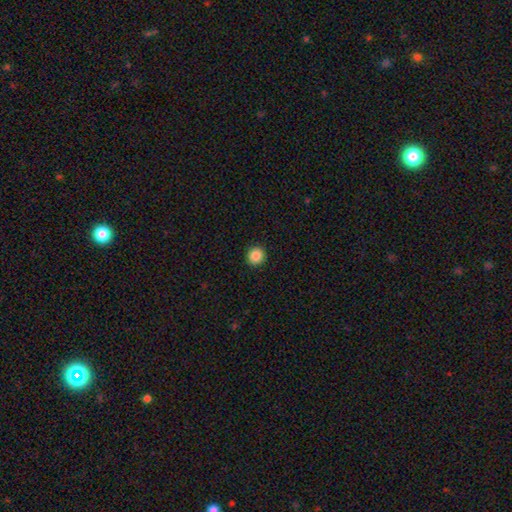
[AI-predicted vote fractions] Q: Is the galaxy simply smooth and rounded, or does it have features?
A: smooth — 87%.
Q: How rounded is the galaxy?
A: round — 92%.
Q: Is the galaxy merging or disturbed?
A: none — 93%.